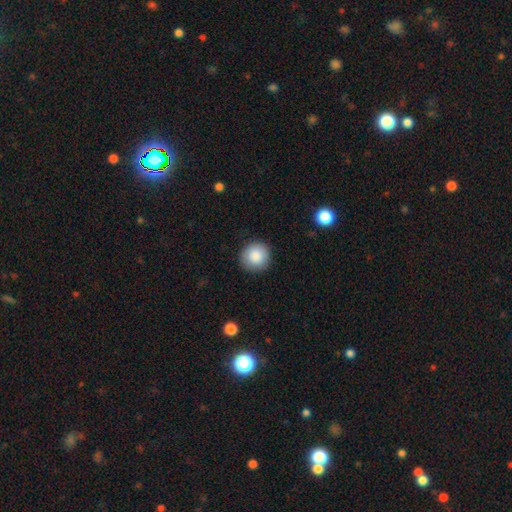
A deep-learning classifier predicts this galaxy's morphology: Overall: smooth (87%). How rounded: round (93%). Merging: none (90%).